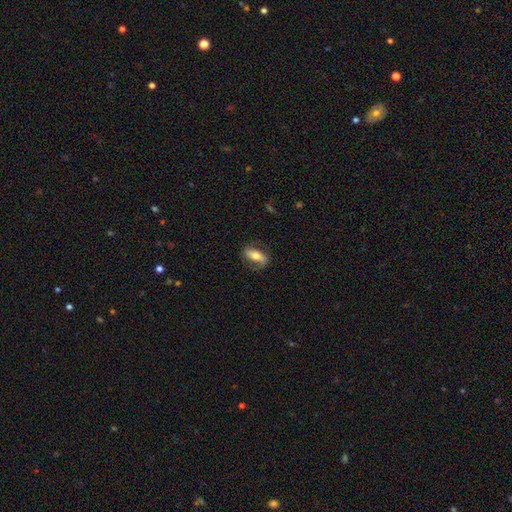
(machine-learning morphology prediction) smooth 51%, featured or disk 42%, star or artifact 6%. Down the decision tree: how rounded — in between (75%); merging — none (73%).